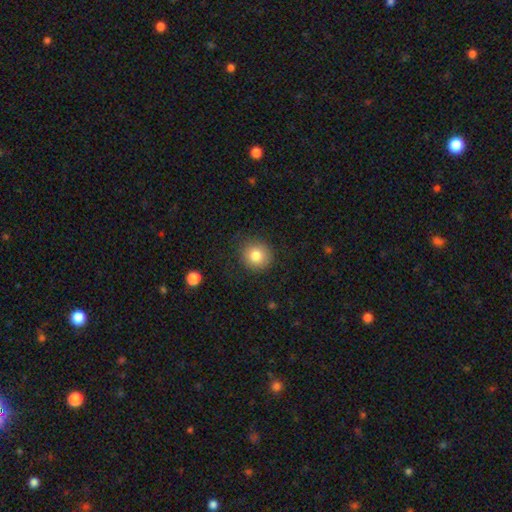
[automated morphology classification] Smooth or featured? Predicted: smooth (p=0.82). How rounded? Predicted: round (p=0.91). Merging? Predicted: none (p=0.86).